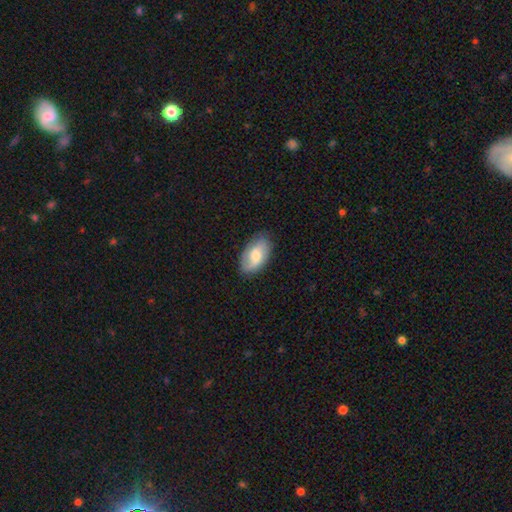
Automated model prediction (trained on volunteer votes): Smooth or featured? smooth (60%)
How rounded? in between (93%)
Merging? none (78%)